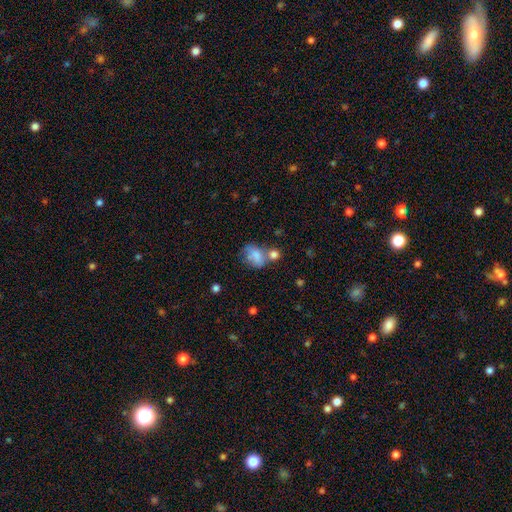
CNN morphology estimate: Overall: smooth (70%). How rounded: in between (73%). Merging: merger (33%; none 31%).